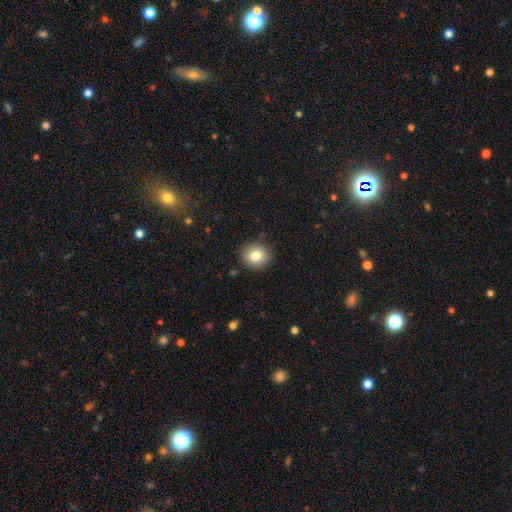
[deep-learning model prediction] Smooth or featured? smooth (81%)
How rounded? round (88%)
Merging? none (89%)